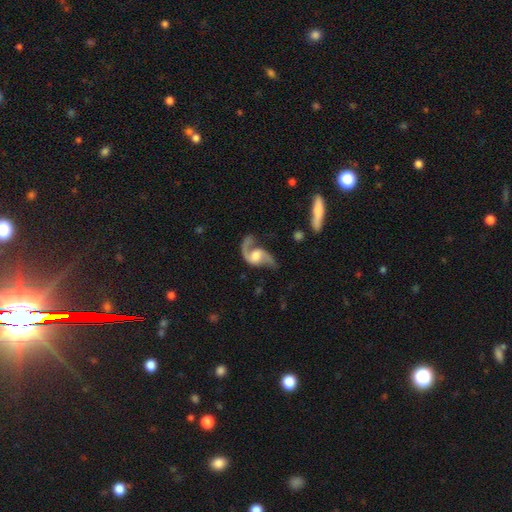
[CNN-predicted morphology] A featured or disk galaxy (88%) with no bar (53%), 2 (87%) loose (62%) spiral arms (96%) and a moderate central bulge (52%). Merging: none (53%).